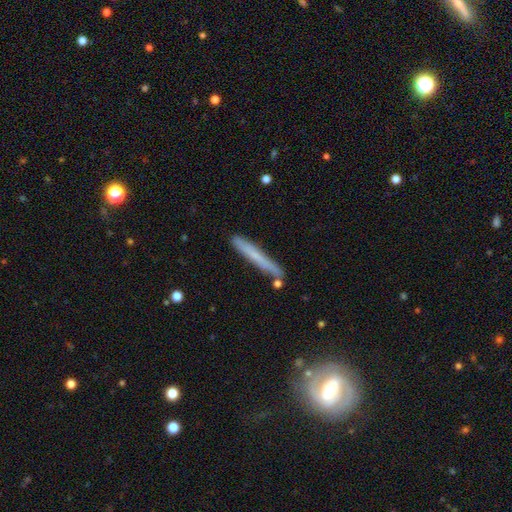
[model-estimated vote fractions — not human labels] The model was most divided on "smooth or featured": smooth: 59%, featured or disk: 33%, star or artifact: 7%. More confident: how rounded — cigar-shaped (96%); merging — none (84%).